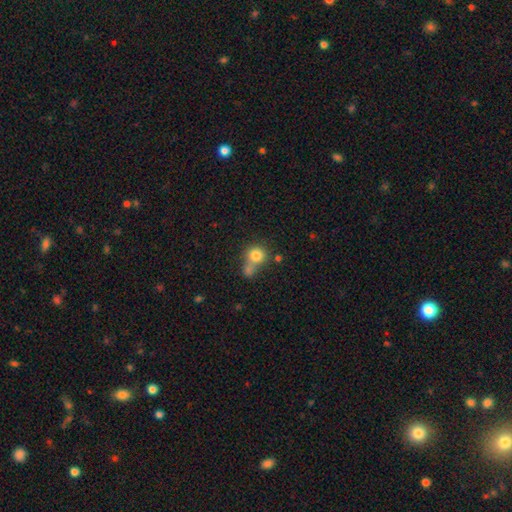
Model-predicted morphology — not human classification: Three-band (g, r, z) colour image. It shows a smooth galaxy with no disk features (79%) that is round (82%). Merging: merger (42%).